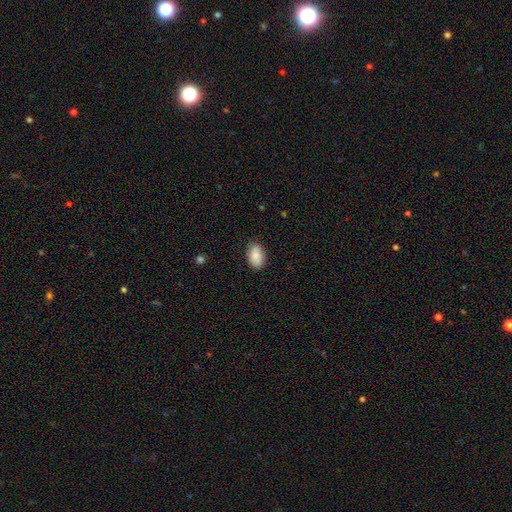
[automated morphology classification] Smooth or featured: smooth — 87% (star or artifact — 7%)
How rounded: in between — 92% (round — 7%)
Merging: none — 83% (minor disturbance — 14%)